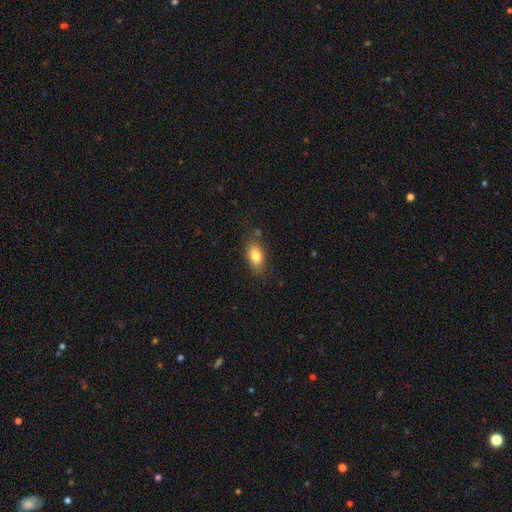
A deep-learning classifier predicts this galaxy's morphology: smooth-or-featured: smooth: 80% | featured or disk: 11% | star or artifact: 8%
  how-rounded: in between: 85% | round: 10% | cigar-shaped: 5%
  merging: none: 77% | minor disturbance: 16% | major disturbance: 4% | merger: 2%